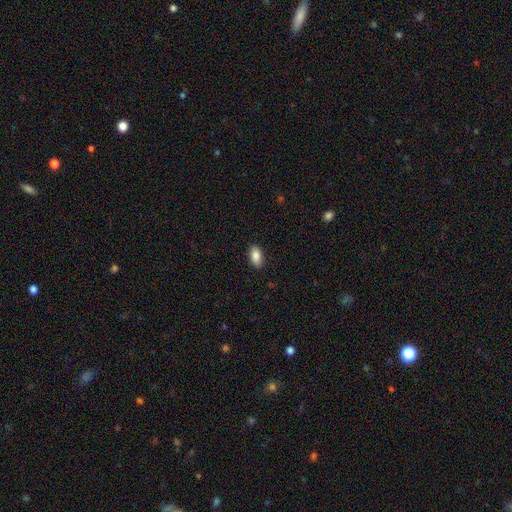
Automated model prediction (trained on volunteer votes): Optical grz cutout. It shows a smooth galaxy with no disk features (88%) that is in between round and cigar-shaped (92%). Merging: none (89%).